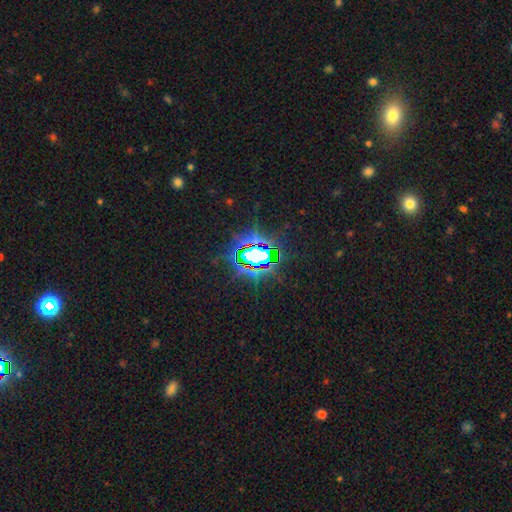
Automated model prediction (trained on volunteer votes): This appears to be a star or artifact, not a galaxy (80%).